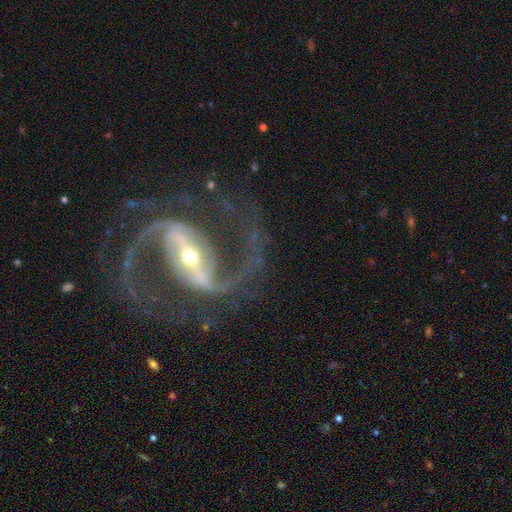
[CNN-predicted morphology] Smooth or featured? featured or disk (93%)
Edge-on disk? no (97%)
Bar? strong (68%)
Spiral arms? yes (99%)
Spiral winding? medium (65%)
Spiral arm count? 2 (94%)
Bulge size? small (56%)
Merging? none (79%)